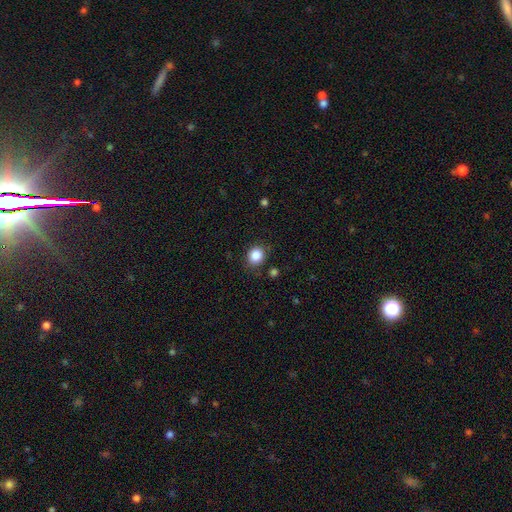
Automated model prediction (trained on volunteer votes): Q: Smooth or featured?
A: smooth (86%); runner-up: star or artifact (10%)
Q: How rounded?
A: round (75%); runner-up: in between (24%)
Q: Merging?
A: none (84%); runner-up: minor disturbance (11%)